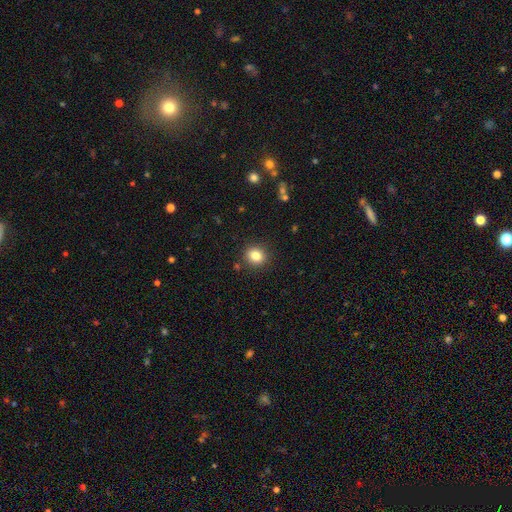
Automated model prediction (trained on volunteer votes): Smooth or featured?
  - smooth: 83% *
  - star or artifact: 11%
  - featured or disk: 6%
How rounded?
  - round: 74% *
  - in between: 25%
  - cigar-shaped: 1%
Merging?
  - none: 89% *
  - minor disturbance: 7%
  - major disturbance: 2%
  - merger: 2%